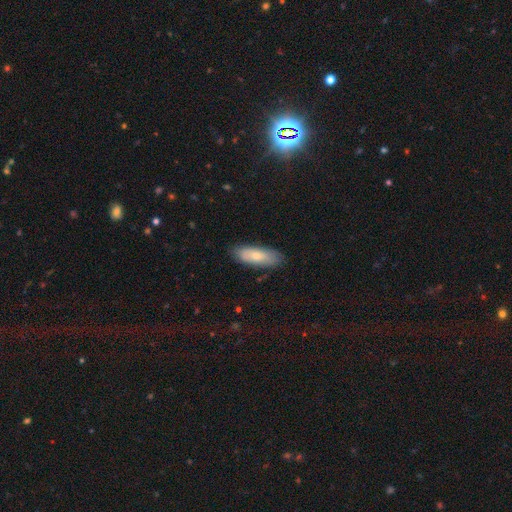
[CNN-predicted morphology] type=smooth (71%); roundness=in between (69%); merging=none (81%).